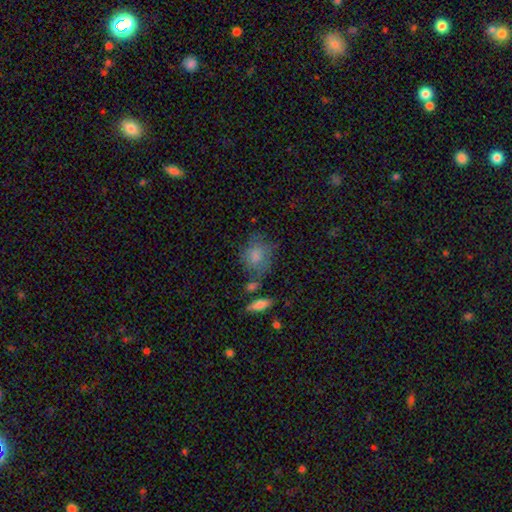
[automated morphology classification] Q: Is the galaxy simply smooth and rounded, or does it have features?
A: smooth — 71%.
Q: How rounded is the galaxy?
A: round — 65%.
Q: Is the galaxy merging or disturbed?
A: none — 61%.